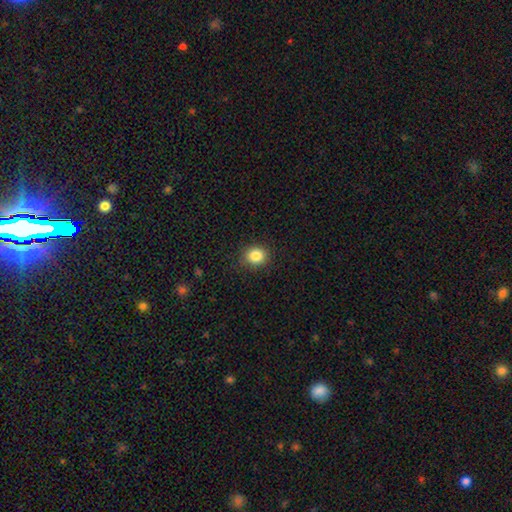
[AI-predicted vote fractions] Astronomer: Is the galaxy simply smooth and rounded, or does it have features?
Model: smooth — 85%.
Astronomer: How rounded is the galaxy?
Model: round — 73%.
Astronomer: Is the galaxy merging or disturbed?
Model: none — 88%.